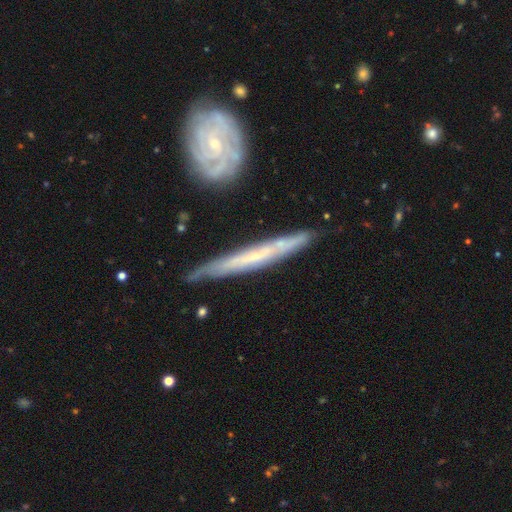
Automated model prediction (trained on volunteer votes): The model was most divided on "smooth or featured": featured or disk: 65%, smooth: 29%, star or artifact: 6%. More confident: edge-on bulge — none (81%); edge-on disk — yes (81%); merging — none (76%).